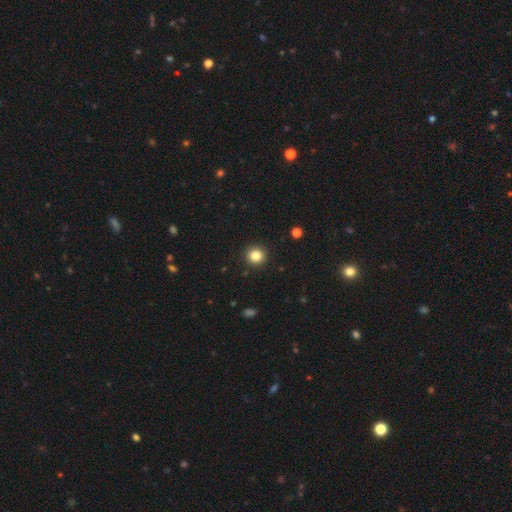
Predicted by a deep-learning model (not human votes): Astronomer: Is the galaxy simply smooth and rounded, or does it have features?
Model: smooth — 84%.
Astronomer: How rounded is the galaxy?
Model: round — 93%.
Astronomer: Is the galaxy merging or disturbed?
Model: none — 92%.